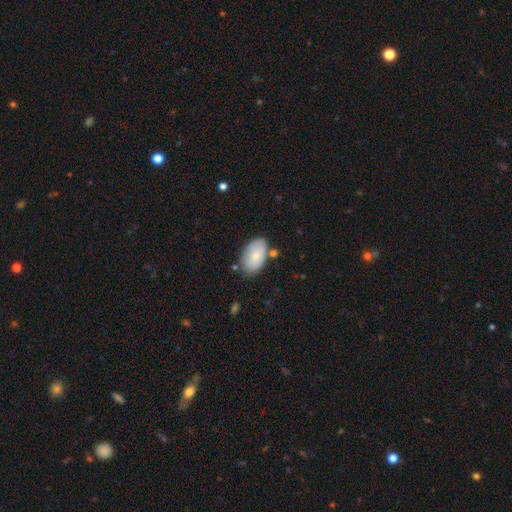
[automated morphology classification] Smooth or featured? Predicted: smooth (p=0.78). How rounded? Predicted: in between (p=0.94). Merging? Predicted: none (p=0.73).